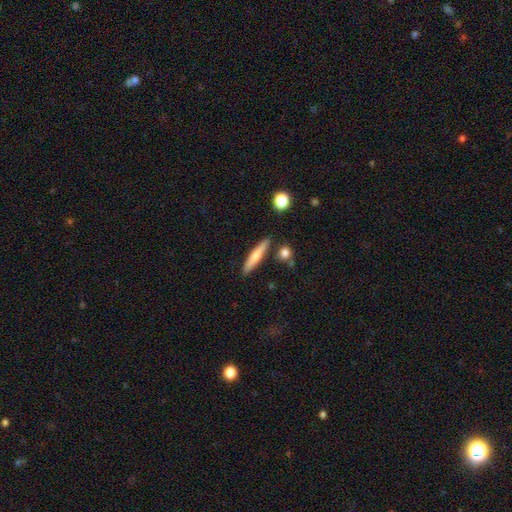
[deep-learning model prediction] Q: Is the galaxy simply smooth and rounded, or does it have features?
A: smooth — 61%.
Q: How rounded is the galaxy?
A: cigar-shaped — 88%.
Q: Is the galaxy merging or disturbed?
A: none — 85%.